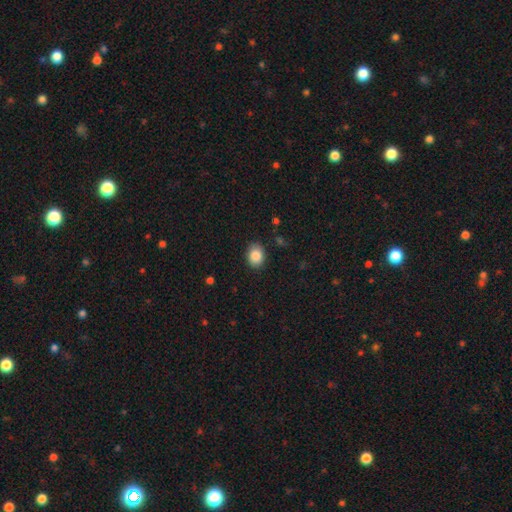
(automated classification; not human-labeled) smooth 87%, star or artifact 8%, featured or disk 5%. Down the decision tree: how rounded — in between (64%); merging — none (86%).